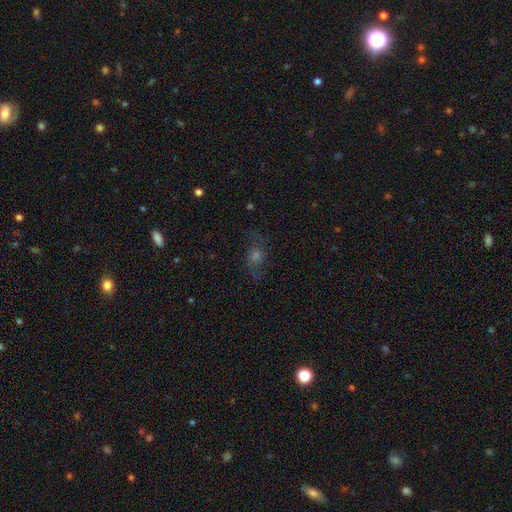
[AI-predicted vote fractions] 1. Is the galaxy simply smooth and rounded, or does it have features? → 47% featured or disk, 28% smooth, 24% star or artifact.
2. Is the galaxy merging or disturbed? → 68% none, 17% minor disturbance, 13% major disturbance, 2% merger.